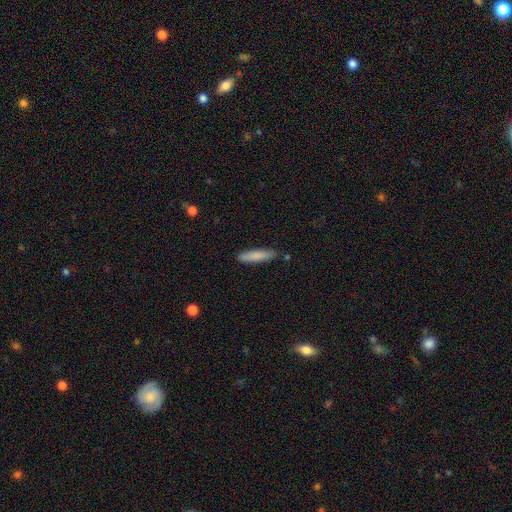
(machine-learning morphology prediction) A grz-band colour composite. It shows a smooth galaxy with no disk features (82%) that is cigar-shaped (84%). Merging: none (83%).